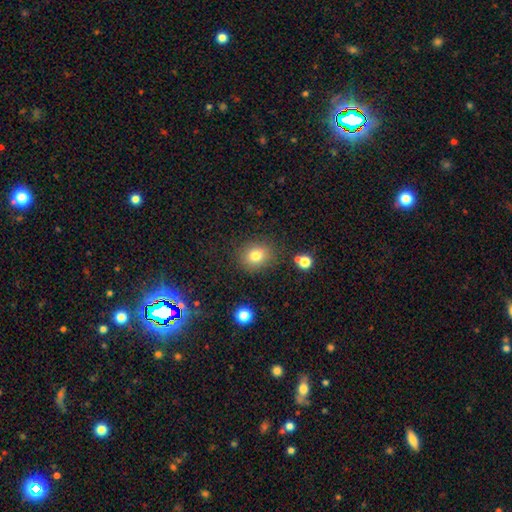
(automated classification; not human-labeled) A smooth galaxy with no disk features (79%) that is round (72%). Merging: none (83%).